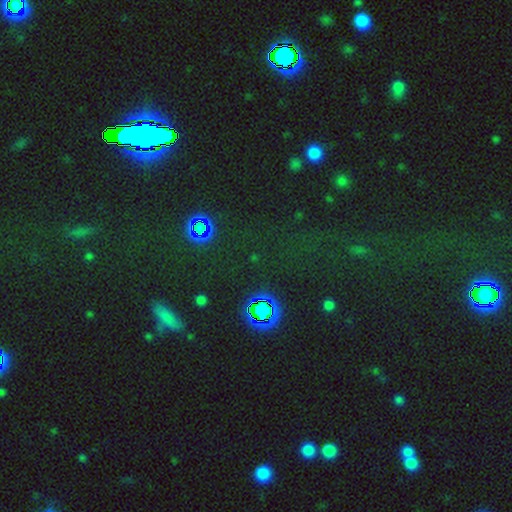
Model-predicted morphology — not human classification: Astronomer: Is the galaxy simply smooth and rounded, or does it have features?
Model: star or artifact — 70%.